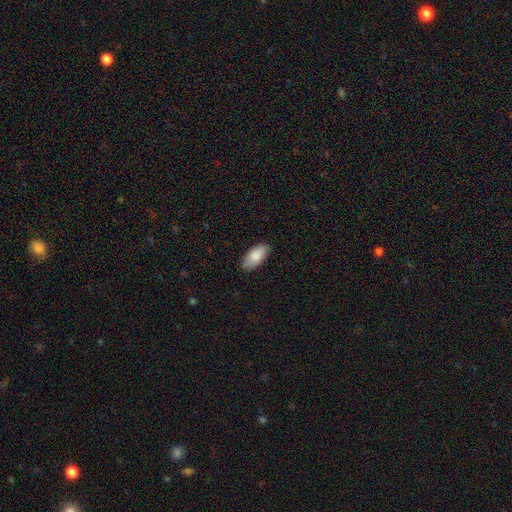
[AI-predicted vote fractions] This appears to be a smooth galaxy with no disk features (86%) that is in between round and cigar-shaped (92%). Merging: none (85%).